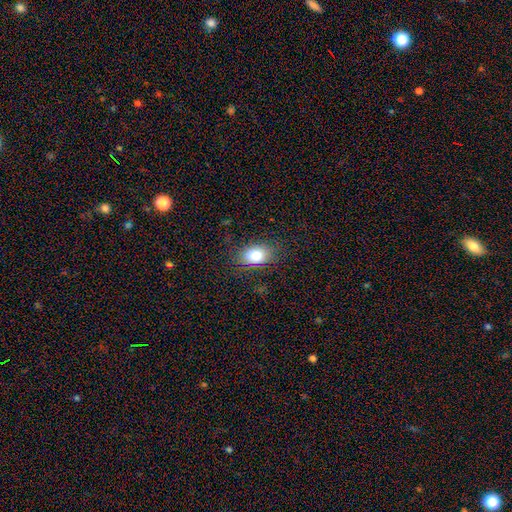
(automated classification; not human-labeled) Smooth or featured? Predicted: smooth (p=0.79). How rounded? Predicted: in between (p=0.83). Merging? Predicted: none (p=0.83).